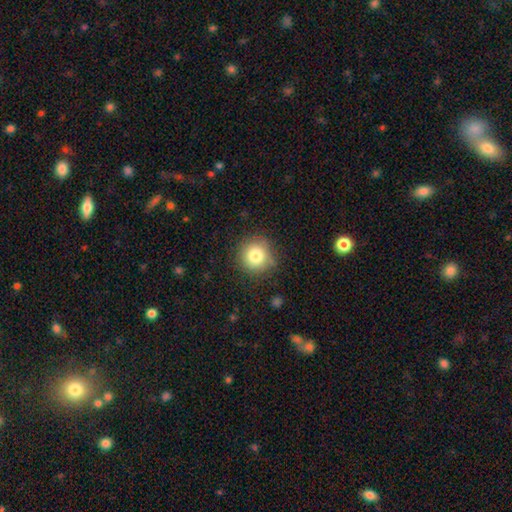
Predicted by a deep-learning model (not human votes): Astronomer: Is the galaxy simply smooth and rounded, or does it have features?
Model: smooth — 80%.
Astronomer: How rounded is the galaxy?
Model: round — 94%.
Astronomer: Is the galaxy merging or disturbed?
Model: none — 84%.